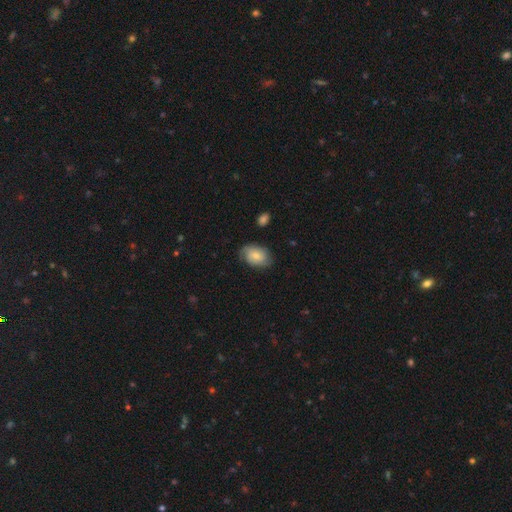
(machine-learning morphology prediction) type=smooth (66%); roundness=in between (85%); merging=none (75%).